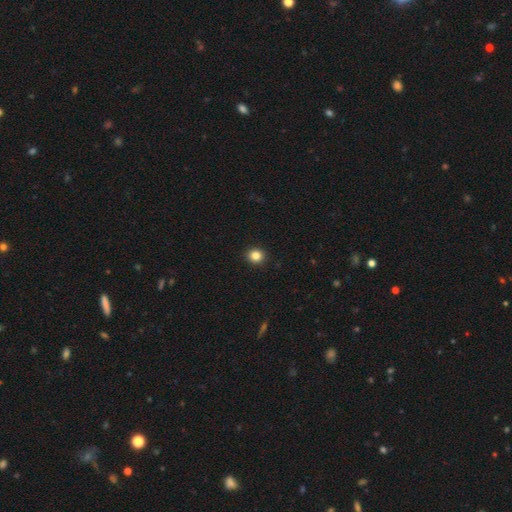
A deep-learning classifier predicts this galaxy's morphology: smooth 84%, star or artifact 12%, featured or disk 4%. Down the decision tree: how rounded — round (84%); merging — none (93%).